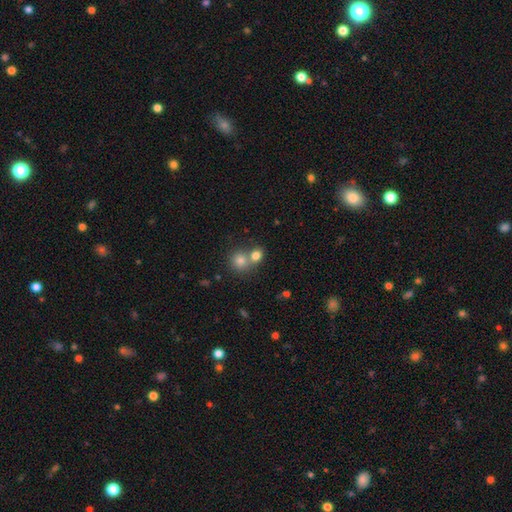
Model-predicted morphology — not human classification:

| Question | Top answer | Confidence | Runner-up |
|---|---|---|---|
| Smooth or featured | smooth | 79% | star or artifact (12%) |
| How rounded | round | 72% | in between (27%) |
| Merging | merger | 49% | none (42%) |